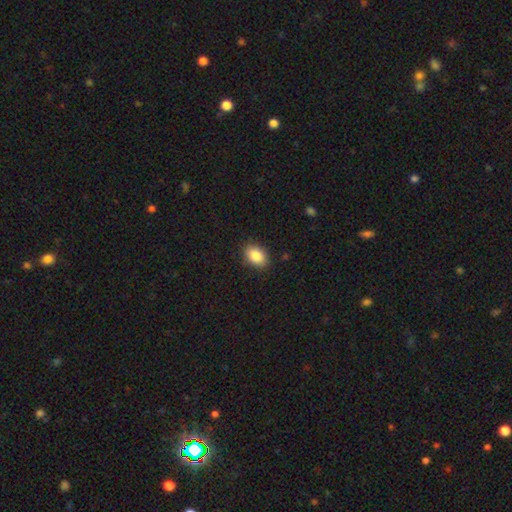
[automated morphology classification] smooth-or-featured: smooth: 87% | star or artifact: 8% | featured or disk: 5%
  how-rounded: in between: 83% | round: 16% | cigar-shaped: 1%
  merging: none: 87% | minor disturbance: 10% | major disturbance: 2% | merger: 1%